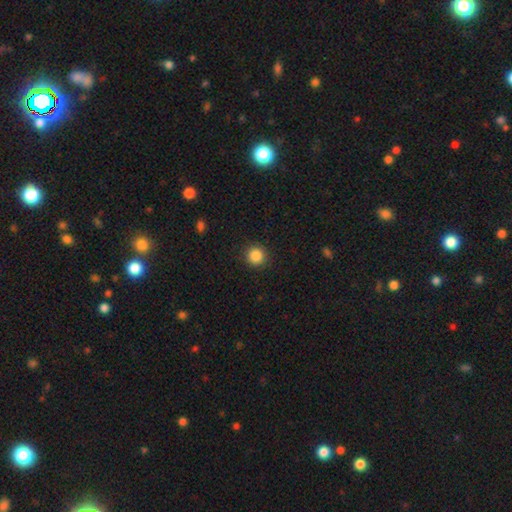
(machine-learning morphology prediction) Q: Smooth or featured?
A: smooth (86%); runner-up: star or artifact (10%)
Q: How rounded?
A: round (94%); runner-up: in between (5%)
Q: Merging?
A: none (91%); runner-up: minor disturbance (6%)